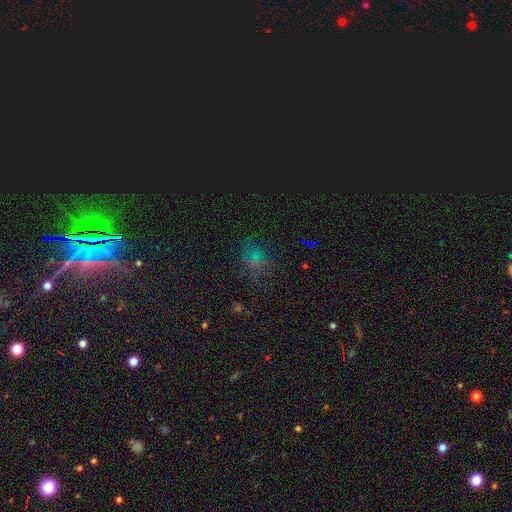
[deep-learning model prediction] A star or artifact, not a galaxy (63%).

Vote fractions:
- Smooth or featured? star or artifact: 63% / smooth: 26% / featured or disk: 11%